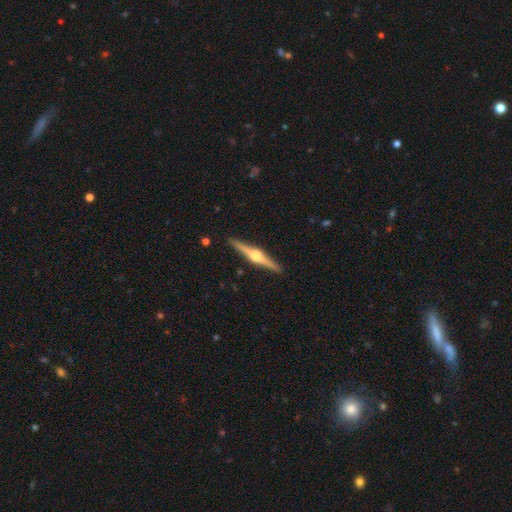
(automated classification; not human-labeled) Smooth or featured? featured or disk (82%)
Edge-on disk? yes (98%)
Edge-on bulge? rounded (95%)
Merging? none (92%)